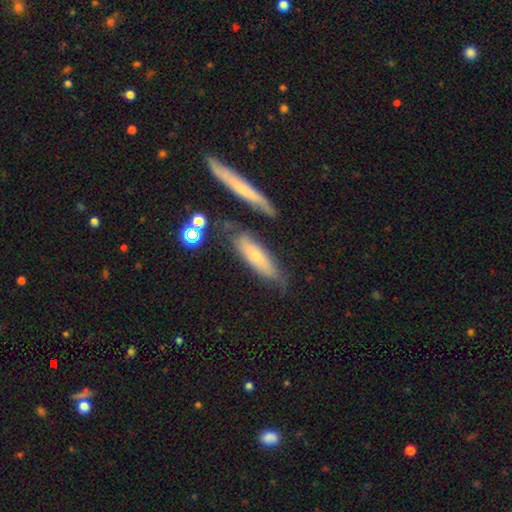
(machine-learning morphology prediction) Smooth or featured? Predicted: smooth (p=0.55). How rounded? Predicted: cigar-shaped (p=0.59). Merging? Predicted: none (p=0.62).